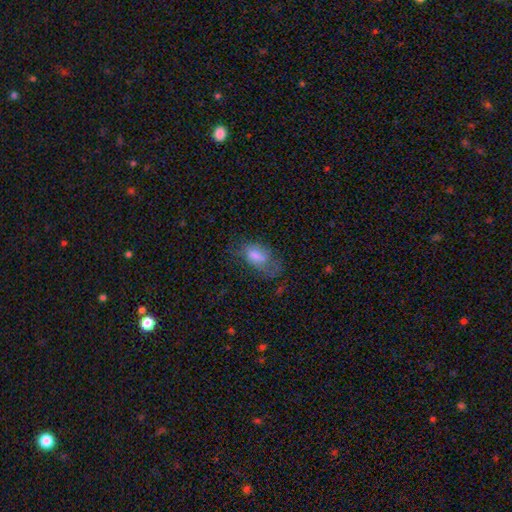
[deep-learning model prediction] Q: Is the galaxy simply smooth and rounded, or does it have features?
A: smooth — 64%.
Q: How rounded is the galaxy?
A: in between — 89%.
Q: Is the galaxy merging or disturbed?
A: none — 41%.